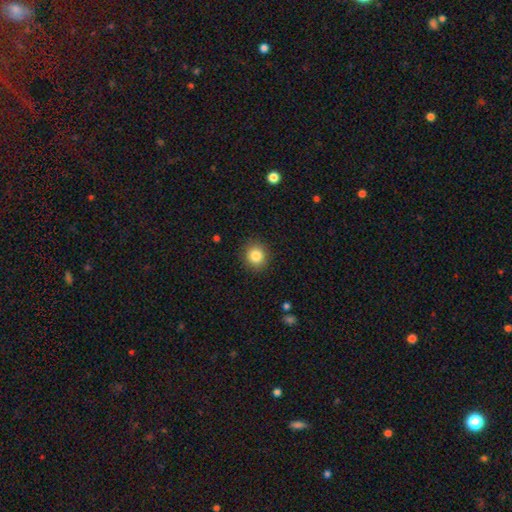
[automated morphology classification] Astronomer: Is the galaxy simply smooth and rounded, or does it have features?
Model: smooth — 84%.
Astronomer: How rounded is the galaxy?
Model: round — 88%.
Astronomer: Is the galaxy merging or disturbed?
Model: none — 90%.